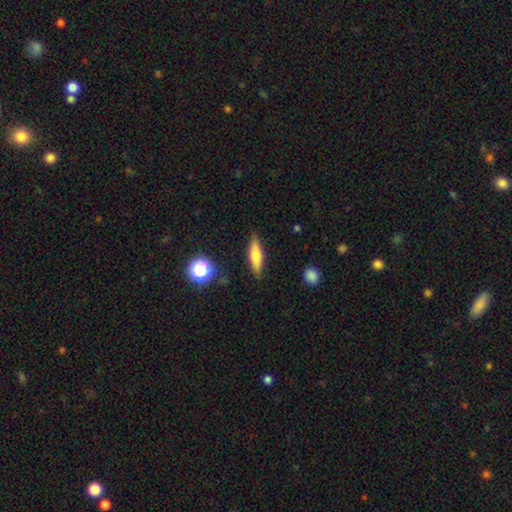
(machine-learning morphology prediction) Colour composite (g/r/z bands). It shows a smooth galaxy with no disk features (60%) that is cigar-shaped (67%). Merging: none (86%).